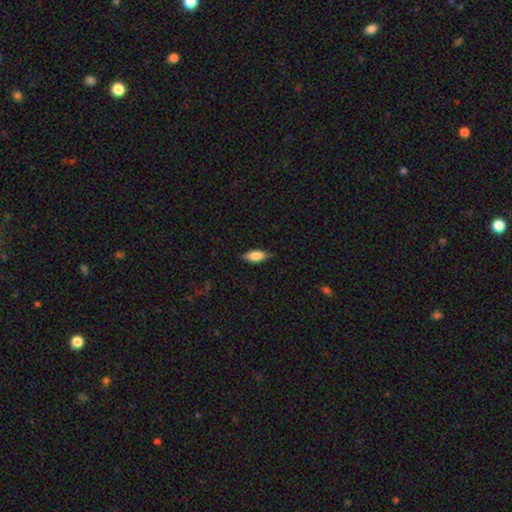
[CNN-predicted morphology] Overall: smooth (79%). How rounded: in between (80%). Merging: none (81%).